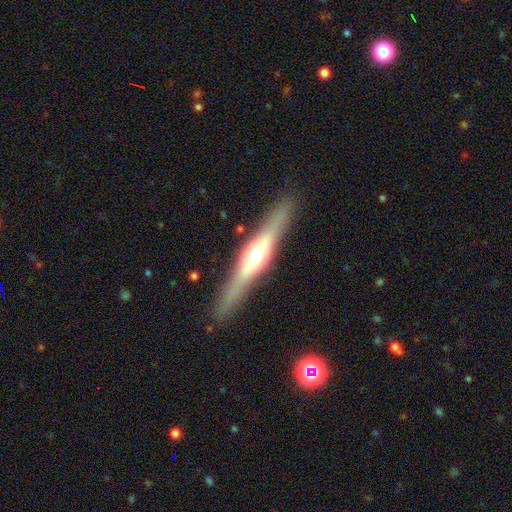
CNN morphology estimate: Q: Smooth or featured?
A: featured or disk (68%); runner-up: smooth (27%)
Q: Edge-on disk?
A: yes (95%); runner-up: no (5%)
Q: Edge-on bulge?
A: rounded (90%); runner-up: boxy (6%)
Q: Merging?
A: none (88%); runner-up: minor disturbance (9%)